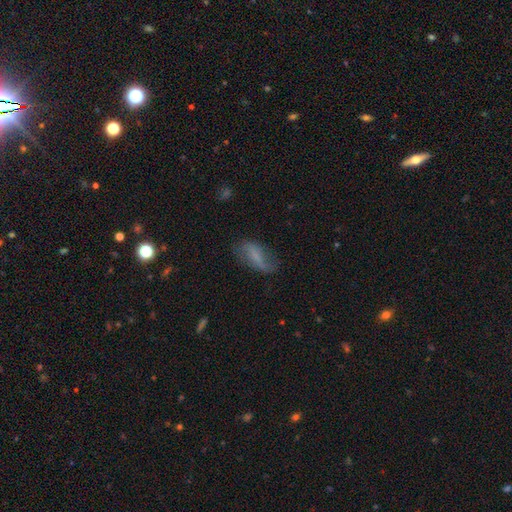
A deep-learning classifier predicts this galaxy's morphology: smooth 53%, featured or disk 37%, star or artifact 10%. Down the decision tree: how rounded — in between (77%); merging — none (58%).